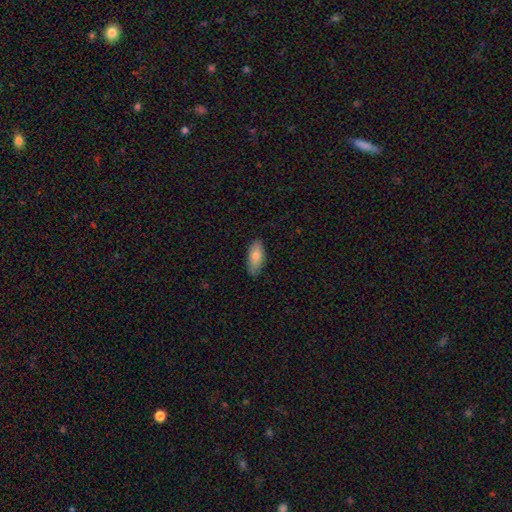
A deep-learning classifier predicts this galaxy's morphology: The model was most divided on "smooth or featured": smooth: 80%, featured or disk: 14%, star or artifact: 6%. More confident: how rounded — in between (85%); merging — none (85%).